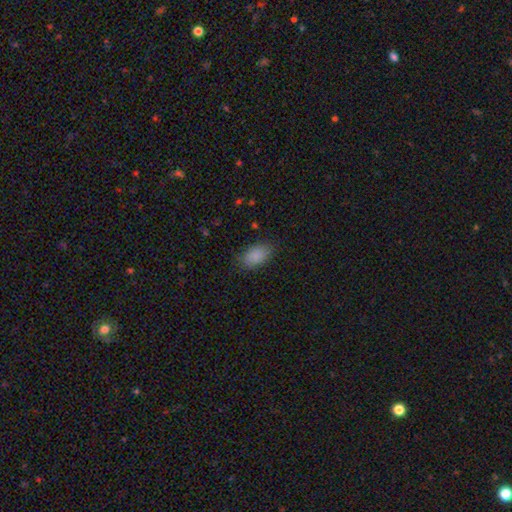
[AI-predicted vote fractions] Q: Smooth or featured?
A: smooth (88%); runner-up: star or artifact (8%)
Q: How rounded?
A: in between (90%); runner-up: round (8%)
Q: Merging?
A: none (80%); runner-up: minor disturbance (15%)